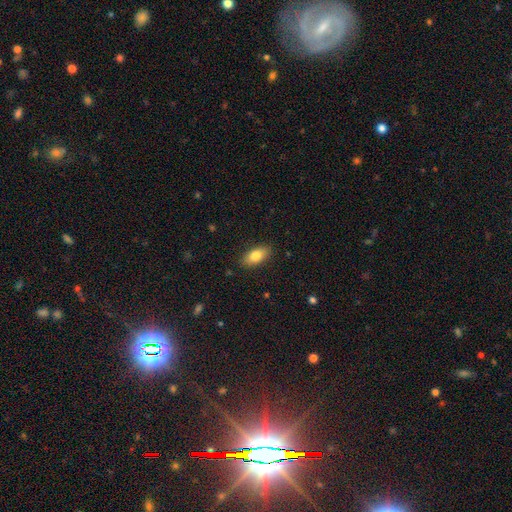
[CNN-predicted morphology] type=smooth (81%); roundness=in between (88%); merging=none (87%).